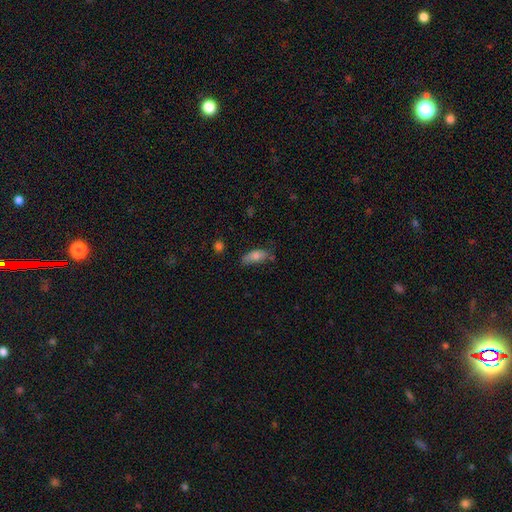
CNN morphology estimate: smooth_or_featured: smooth (p=0.74) [alt: featured or disk p=0.17]
how_rounded: in between (p=0.79) [alt: cigar-shaped p=0.18]
merging: none (p=0.55) [alt: minor disturbance p=0.32]